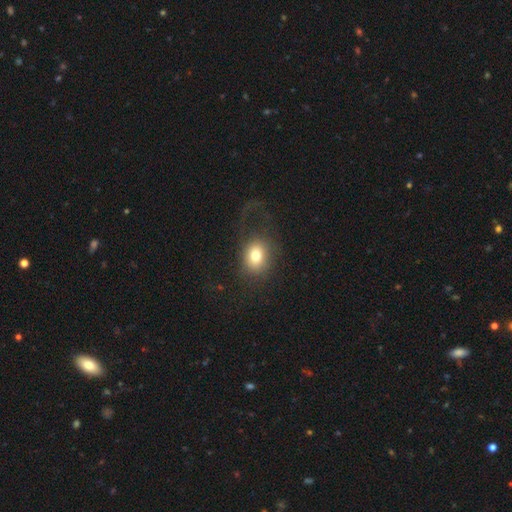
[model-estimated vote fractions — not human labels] Smooth or featured? smooth (74%)
How rounded? round (52%)
Merging? none (57%)